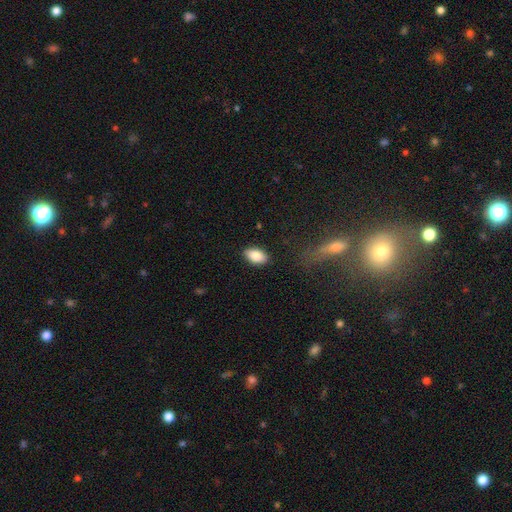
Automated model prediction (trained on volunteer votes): A smooth galaxy with no disk features (85%) that is in between round and cigar-shaped (91%).

Vote fractions:
- Smooth or featured? smooth: 85% / featured or disk: 8% / star or artifact: 7%
- How rounded? in between: 91% / round: 7% / cigar-shaped: 2%
- Merging? none: 87% / minor disturbance: 9% / major disturbance: 2% / merger: 1%